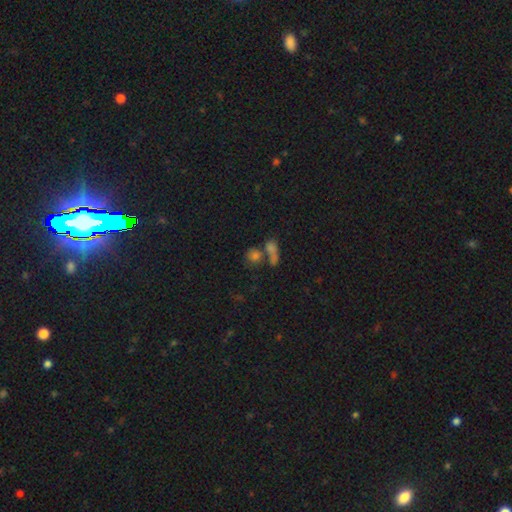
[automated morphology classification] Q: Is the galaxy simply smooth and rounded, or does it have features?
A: smooth — 63%.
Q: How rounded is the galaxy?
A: round — 75%.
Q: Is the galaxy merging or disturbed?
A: none — 47%.